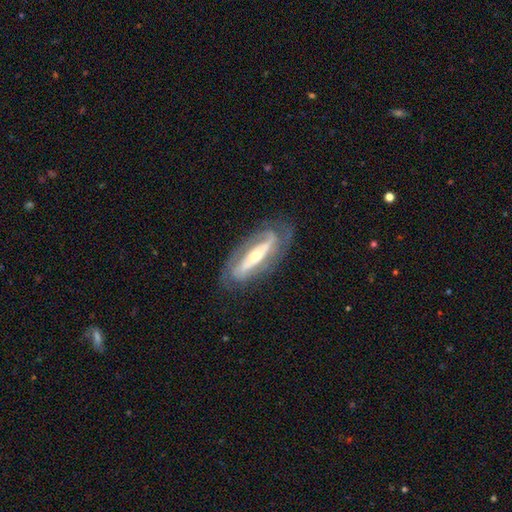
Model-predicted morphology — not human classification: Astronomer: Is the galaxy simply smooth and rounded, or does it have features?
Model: featured or disk — 80%.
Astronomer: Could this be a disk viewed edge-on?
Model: no — 75%.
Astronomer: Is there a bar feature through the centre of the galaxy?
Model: strong — 62%.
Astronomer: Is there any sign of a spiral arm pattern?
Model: yes — 78%.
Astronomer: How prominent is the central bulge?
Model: moderate — 54% (runner-up: small, 39%).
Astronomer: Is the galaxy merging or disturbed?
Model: none — 79%.